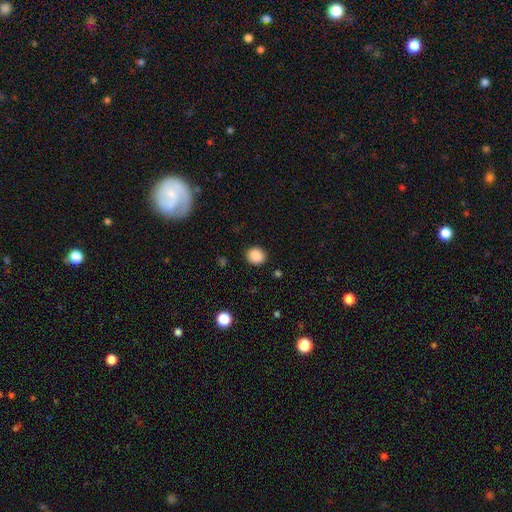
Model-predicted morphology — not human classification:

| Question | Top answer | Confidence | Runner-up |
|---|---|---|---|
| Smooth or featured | smooth | 87% | star or artifact (9%) |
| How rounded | round | 77% | in between (22%) |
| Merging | none | 89% | minor disturbance (7%) |